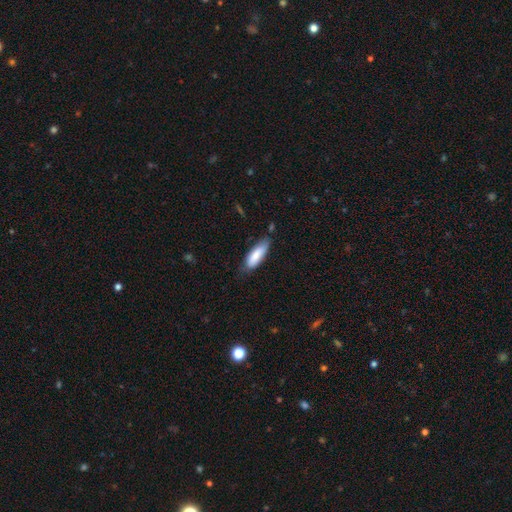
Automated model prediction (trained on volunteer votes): smooth 83%, featured or disk 12%, star or artifact 6%. Down the decision tree: how rounded — in between (63%); merging — none (68%).